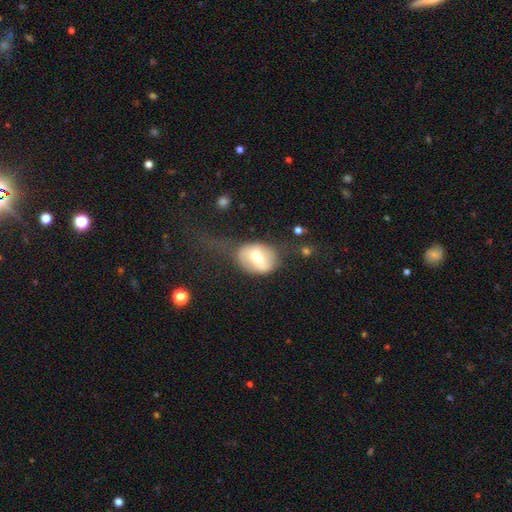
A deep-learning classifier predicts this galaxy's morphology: Overall: smooth (51%; featured or disk 41%). How rounded: in between (56%; round 42%). Merging: none (32%; merger 24%).